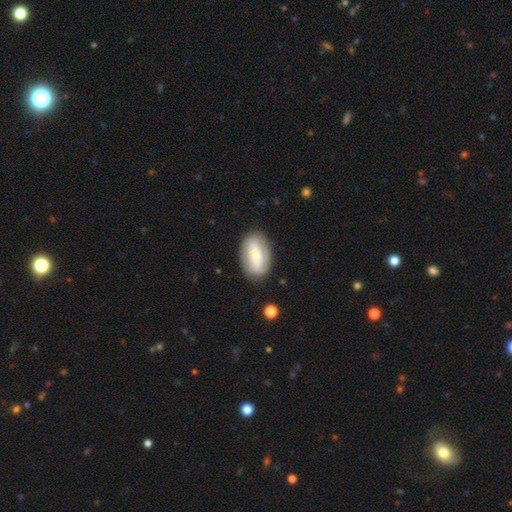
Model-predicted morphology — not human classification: Overall: smooth (48%; featured or disk 45%). Merging: none (82%).